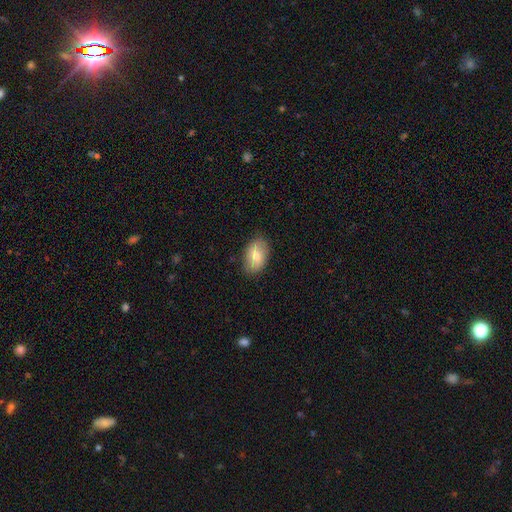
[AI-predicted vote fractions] smooth-or-featured: smooth: 71% | featured or disk: 22% | star or artifact: 7%
  how-rounded: in between: 90% | round: 9% | cigar-shaped: 2%
  merging: none: 82% | minor disturbance: 14% | major disturbance: 3% | merger: 1%